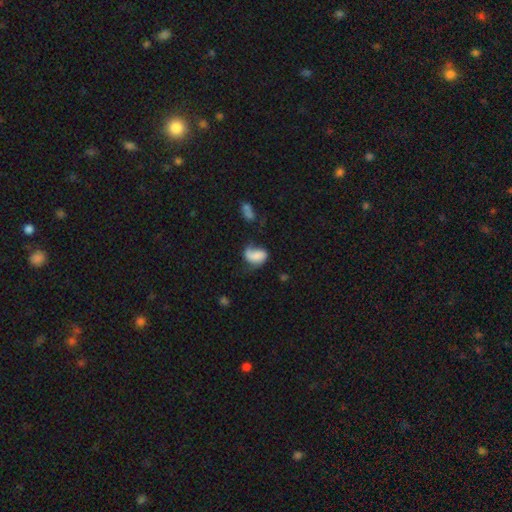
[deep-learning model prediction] A smooth galaxy with no disk features (64%) that is in between round and cigar-shaped (82%).

Vote fractions:
- Smooth or featured? smooth: 64% / featured or disk: 26% / star or artifact: 10%
- How rounded? in between: 82% / round: 16% / cigar-shaped: 2%
- Merging? none: 32% / major disturbance: 30% / minor disturbance: 29% / merger: 10%